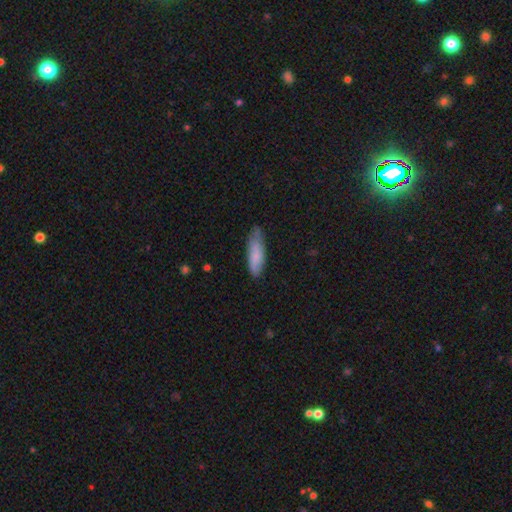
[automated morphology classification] The model was most divided on "how rounded": cigar-shaped: 50%, in between: 48%, round: 2%. More confident: smooth or featured — smooth (78%); merging — none (65%).